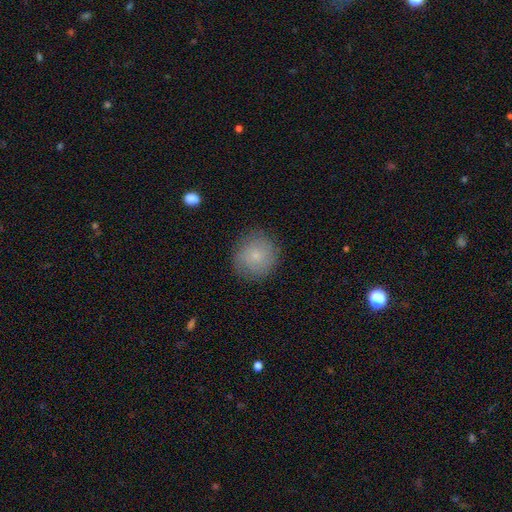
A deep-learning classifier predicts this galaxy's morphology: Smooth or featured? Predicted: smooth (p=0.70). How rounded? Predicted: round (p=0.89). Merging? Predicted: none (p=0.83).